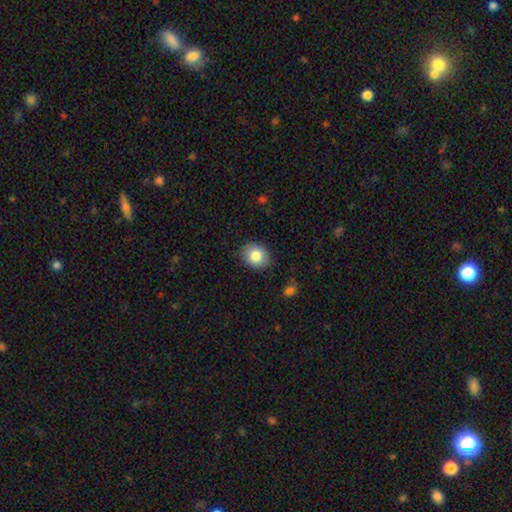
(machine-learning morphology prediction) Smooth or featured: smooth — 83% (star or artifact — 8%)
How rounded: round — 58% (in between — 41%)
Merging: none — 86% (minor disturbance — 11%)